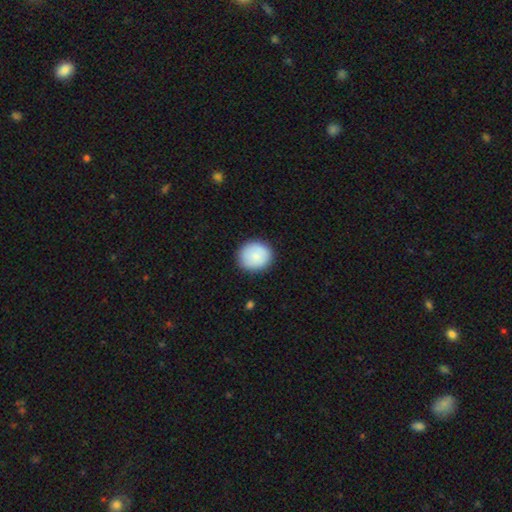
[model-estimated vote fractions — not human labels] smooth 85%, featured or disk 8%, star or artifact 6%. Down the decision tree: how rounded — round (83%); merging — none (87%).